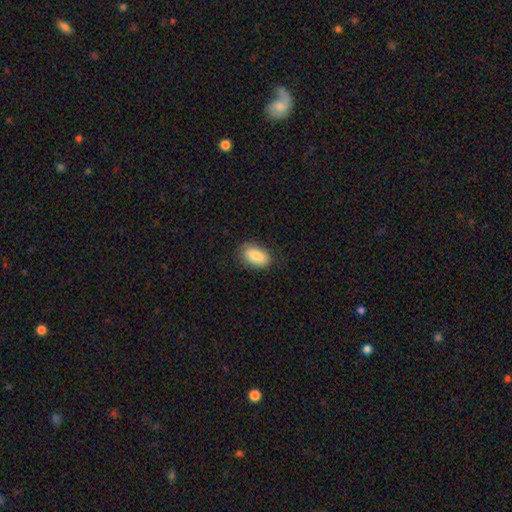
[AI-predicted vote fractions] Smooth or featured?
  - smooth: 84% *
  - featured or disk: 9%
  - star or artifact: 6%
How rounded?
  - in between: 92% *
  - round: 6%
  - cigar-shaped: 3%
Merging?
  - none: 80% *
  - minor disturbance: 16%
  - major disturbance: 4%
  - merger: 1%